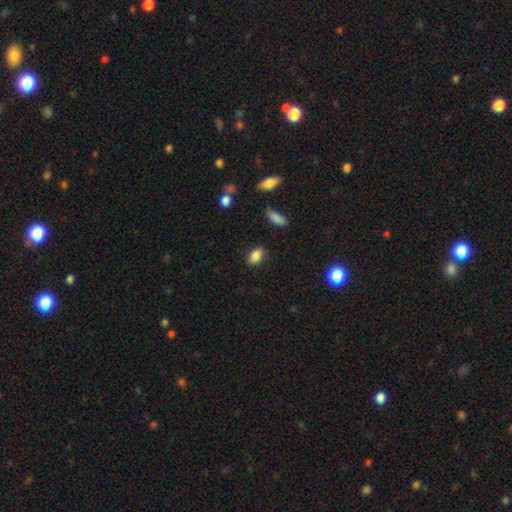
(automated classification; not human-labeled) Smooth or featured? smooth (85%)
How rounded? in between (84%)
Merging? none (86%)